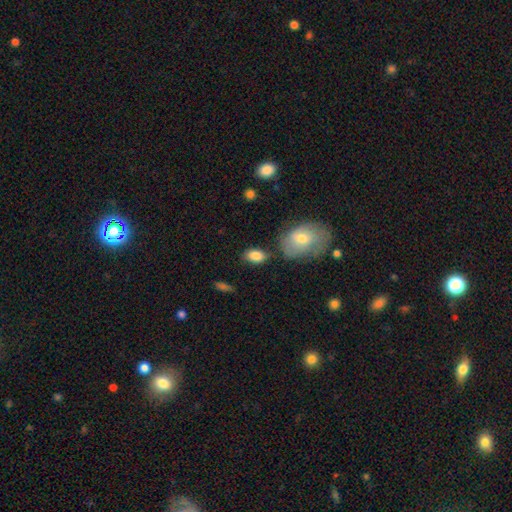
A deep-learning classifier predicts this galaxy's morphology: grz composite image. It shows a smooth galaxy with no disk features (85%) that is in between round and cigar-shaped (89%). Merging: none (70%).